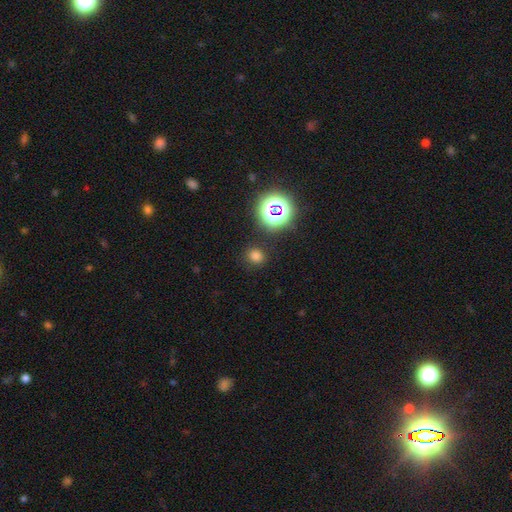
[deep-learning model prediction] Morphology: type=smooth (72%); roundness=round (79%); merging=none (86%).